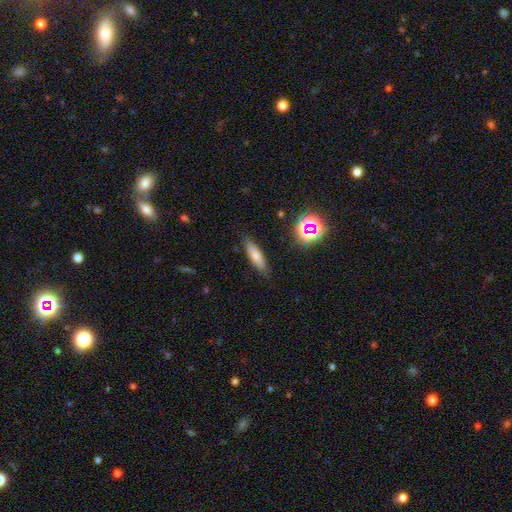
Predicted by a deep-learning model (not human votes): The model was most divided on "how rounded": cigar-shaped: 65%, in between: 33%, round: 3%. More confident: merging — none (85%); smooth or featured — smooth (69%).